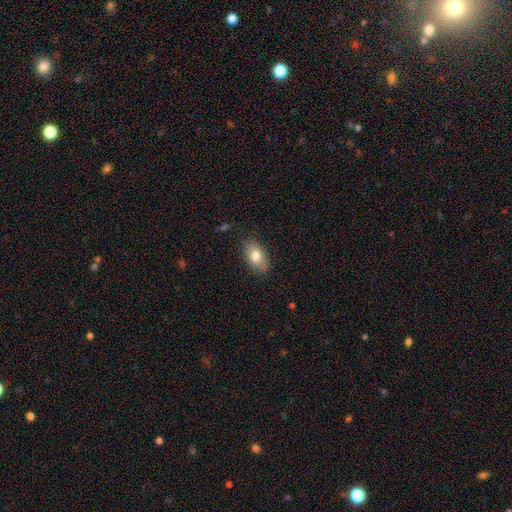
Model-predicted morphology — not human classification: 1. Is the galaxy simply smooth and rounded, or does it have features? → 79% smooth, 14% featured or disk, 7% star or artifact.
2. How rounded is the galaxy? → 91% in between, 6% round, 3% cigar-shaped.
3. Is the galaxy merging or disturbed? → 82% none, 14% minor disturbance, 3% major disturbance, 1% merger.